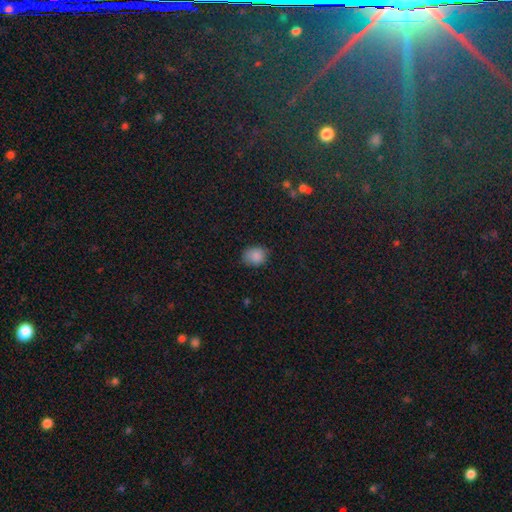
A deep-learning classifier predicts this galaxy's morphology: This appears to be a smooth galaxy with no disk features (86%) that is in between round and cigar-shaped (51%). Merging: none (76%).